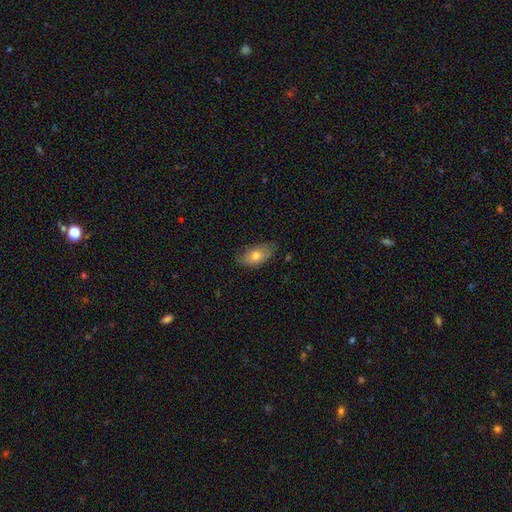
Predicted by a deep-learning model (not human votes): A smooth galaxy with no disk features (69%) that is in between round and cigar-shaped (91%). Merging: none (69%).